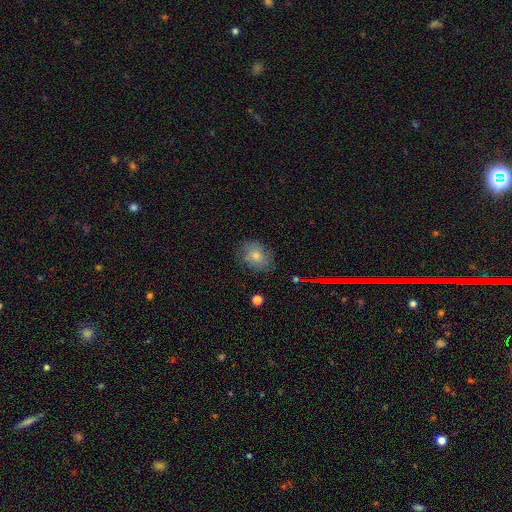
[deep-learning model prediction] Smooth or featured? smooth (55%)
How rounded? in between (52%)
Merging? none (78%)